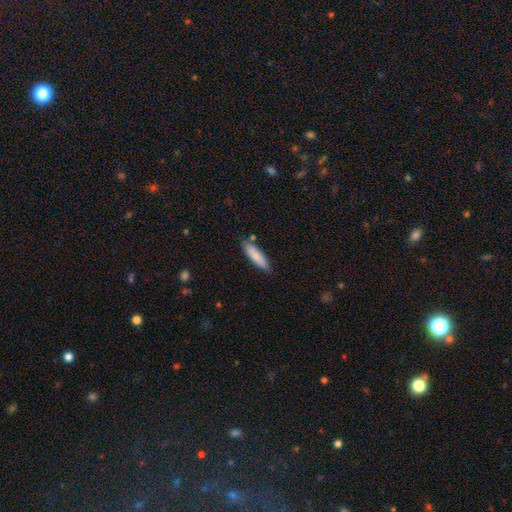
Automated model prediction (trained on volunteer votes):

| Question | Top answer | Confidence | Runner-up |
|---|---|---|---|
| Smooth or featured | smooth | 83% | featured or disk (11%) |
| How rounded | cigar-shaped | 69% | in between (30%) |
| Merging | none | 81% | minor disturbance (13%) |